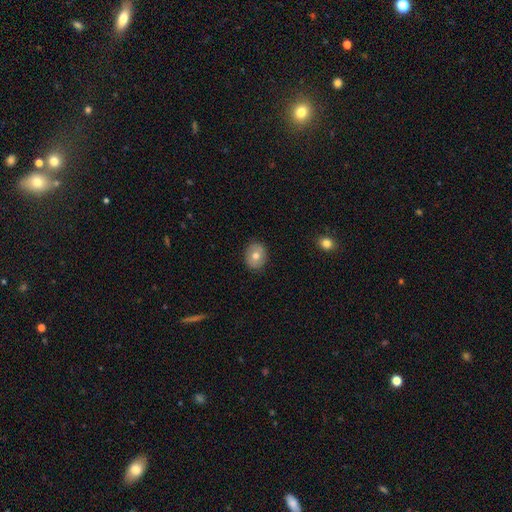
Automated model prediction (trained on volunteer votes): smooth-or-featured: smooth: 72% | featured or disk: 20% | star or artifact: 8%
  how-rounded: round: 66% | in between: 33% | cigar-shaped: 1%
  merging: none: 89% | minor disturbance: 8% | major disturbance: 2% | merger: 1%